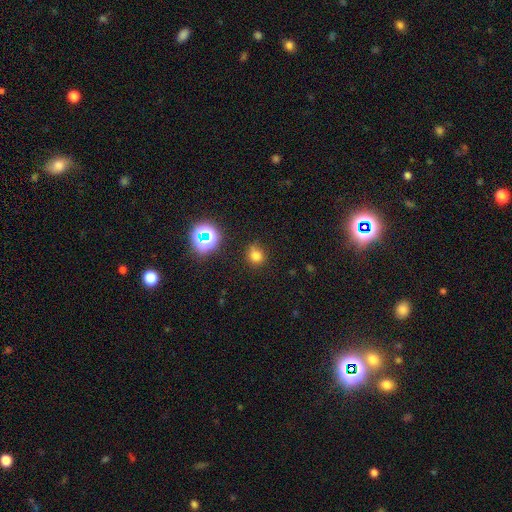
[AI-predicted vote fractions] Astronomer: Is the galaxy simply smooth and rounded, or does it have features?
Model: smooth — 73%.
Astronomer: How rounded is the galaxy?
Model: round — 83%.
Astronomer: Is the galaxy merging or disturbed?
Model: none — 78%.